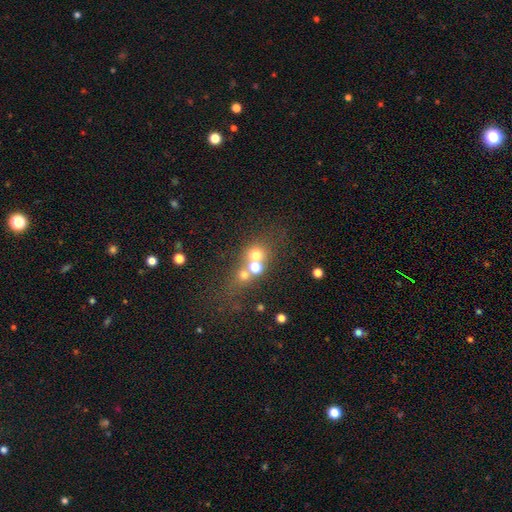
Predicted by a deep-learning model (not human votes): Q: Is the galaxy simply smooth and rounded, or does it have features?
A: smooth — 61%.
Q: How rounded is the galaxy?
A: round — 78%.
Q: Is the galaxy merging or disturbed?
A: none — 44%.